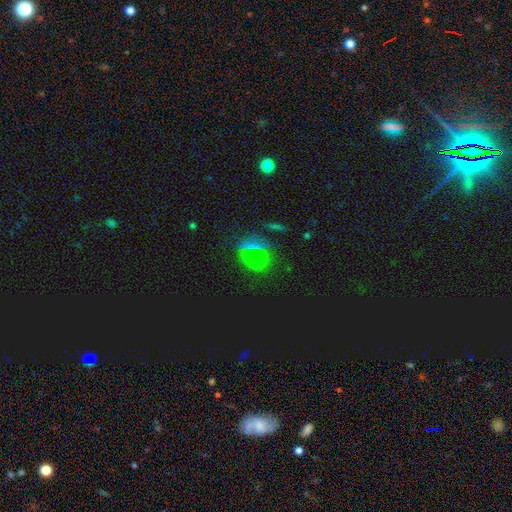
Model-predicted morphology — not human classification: Overall: smooth (60%; star or artifact 34%). How rounded: round (81%). Merging: none (82%).